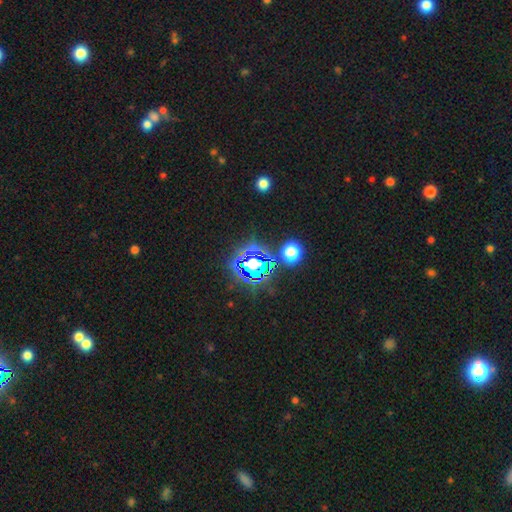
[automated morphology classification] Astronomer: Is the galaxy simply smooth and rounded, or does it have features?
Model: star or artifact — 69%.